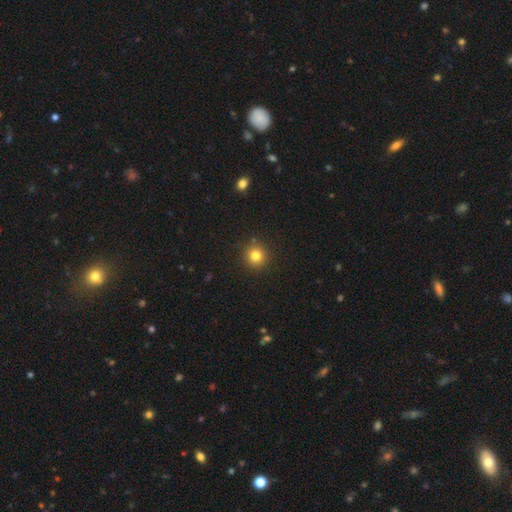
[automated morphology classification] This appears to be a smooth galaxy with no disk features (81%) that is round (93%). Merging: none (90%).